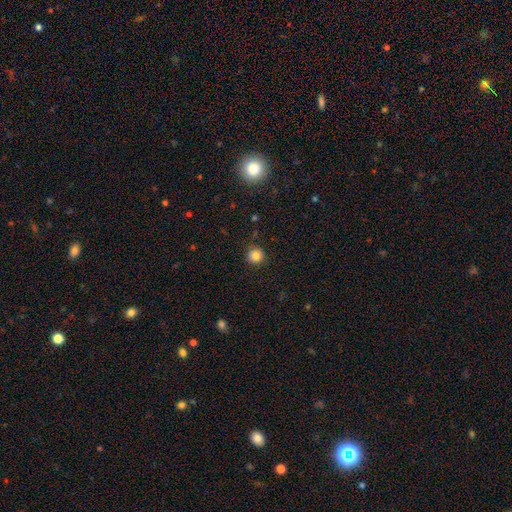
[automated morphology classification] Q: Smooth or featured?
A: smooth (83%); runner-up: star or artifact (11%)
Q: How rounded?
A: round (94%); runner-up: in between (5%)
Q: Merging?
A: none (90%); runner-up: minor disturbance (7%)